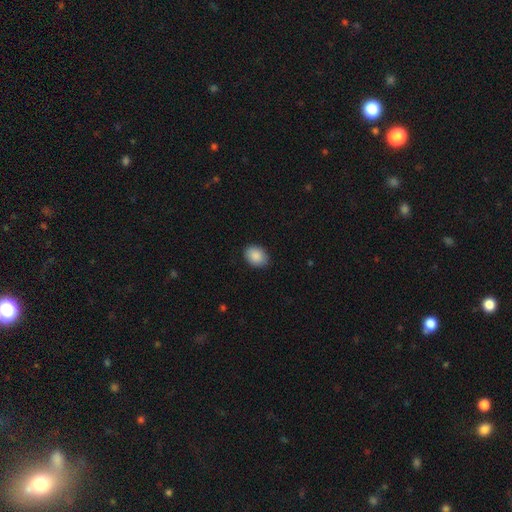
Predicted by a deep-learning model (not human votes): The model was most divided on "how rounded": in between: 69%, round: 30%, cigar-shaped: 1%. More confident: smooth or featured — smooth (89%); merging — none (88%).